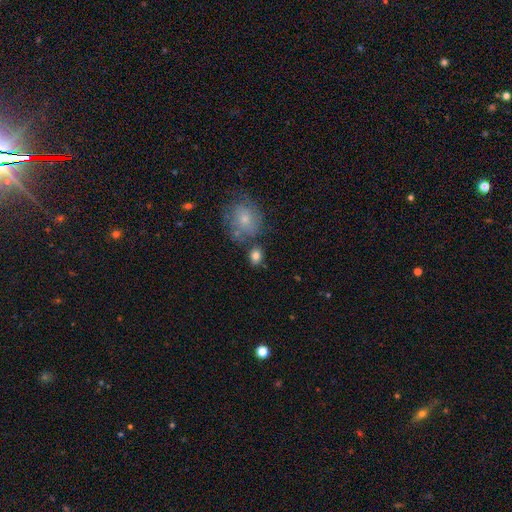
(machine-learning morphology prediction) A smooth galaxy with no disk features (80%) that is round (49%, tied with in between).

Vote fractions:
- Smooth or featured? smooth: 80% / featured or disk: 11% / star or artifact: 9%
- How rounded? round: 49% (tied) / in between: 49% (tied) / cigar-shaped: 1%
- Merging? none: 69% / minor disturbance: 14% / merger: 12% / major disturbance: 5%